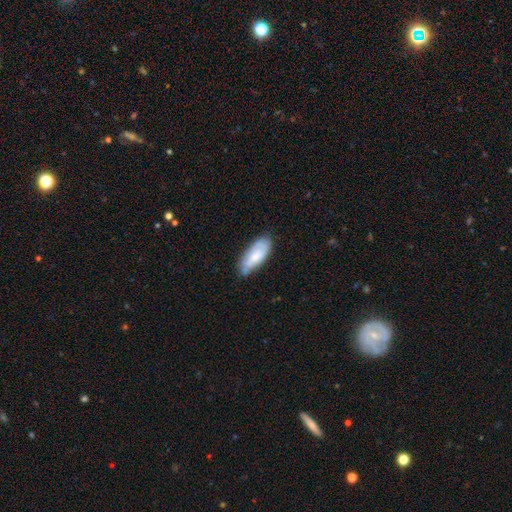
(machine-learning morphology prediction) This appears to be a smooth galaxy with no disk features (60%) that is in between round and cigar-shaped (81%). Merging: none (68%).